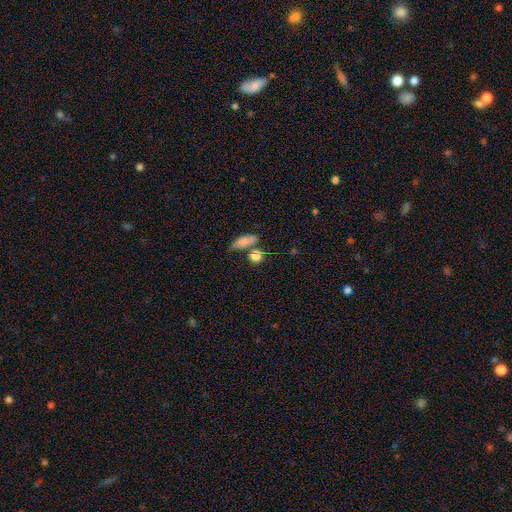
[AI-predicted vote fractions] Overall: smooth (82%). How rounded: round (72%). Merging: none (61%; merger 22%).